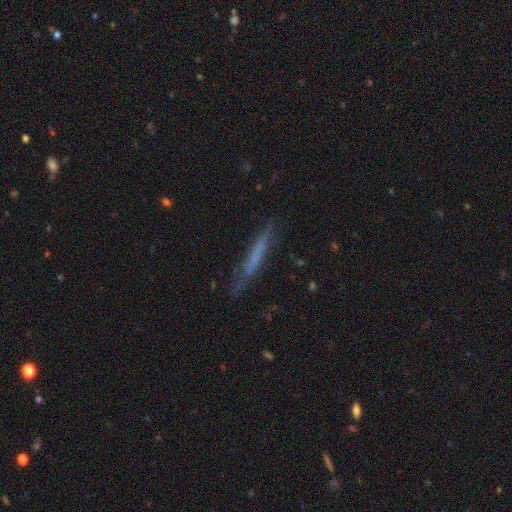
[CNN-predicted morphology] smooth-or-featured: smooth: 53% | featured or disk: 39% | star or artifact: 8%
  how-rounded: cigar-shaped: 95% | in between: 3% | round: 1%
  merging: none: 77% | minor disturbance: 17% | major disturbance: 4% | merger: 2%